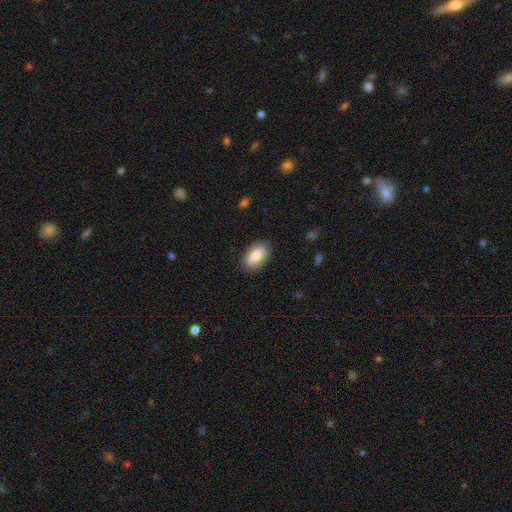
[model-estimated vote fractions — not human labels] Smooth or featured?
  - smooth: 69% *
  - featured or disk: 24%
  - star or artifact: 7%
How rounded?
  - in between: 86% *
  - cigar-shaped: 8%
  - round: 5%
Merging?
  - none: 84% *
  - minor disturbance: 12%
  - major disturbance: 3%
  - merger: 1%